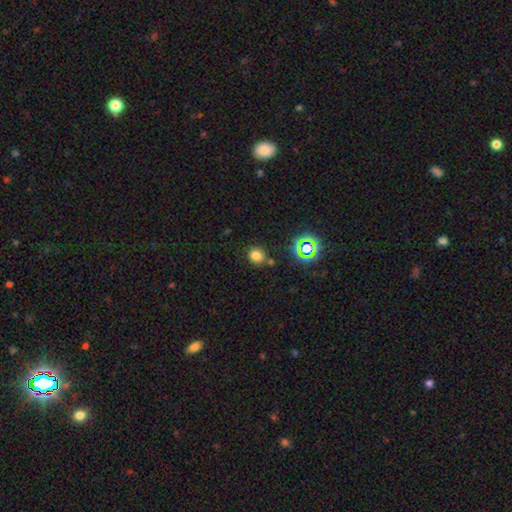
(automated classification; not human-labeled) This is likely a smooth galaxy (75%). How rounded: clearly round (87%). Merging: likely none (79%).